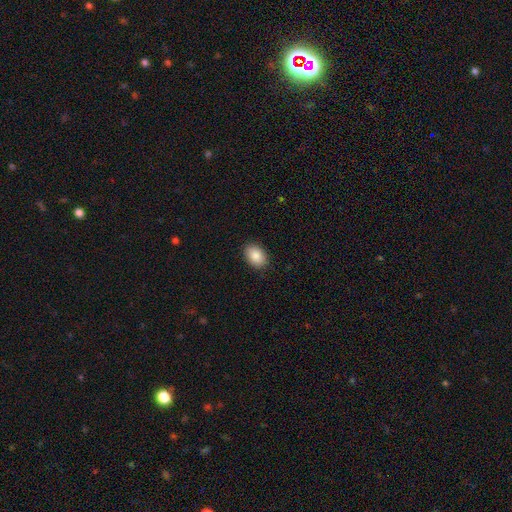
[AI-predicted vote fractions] smooth 88%, star or artifact 7%, featured or disk 5%. Down the decision tree: how rounded — in between (85%); merging — none (89%).